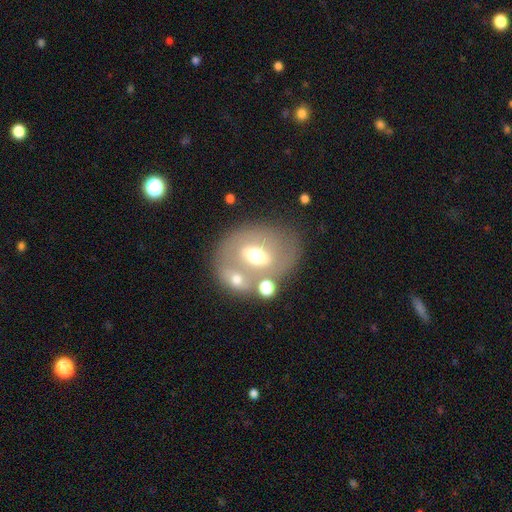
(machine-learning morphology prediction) smooth_or_featured: featured or disk (p=0.51) [alt: smooth p=0.39]
disk_edge_on: no (p=0.89) [alt: yes p=0.11]
merging: none (p=0.55) [alt: merger p=0.22]